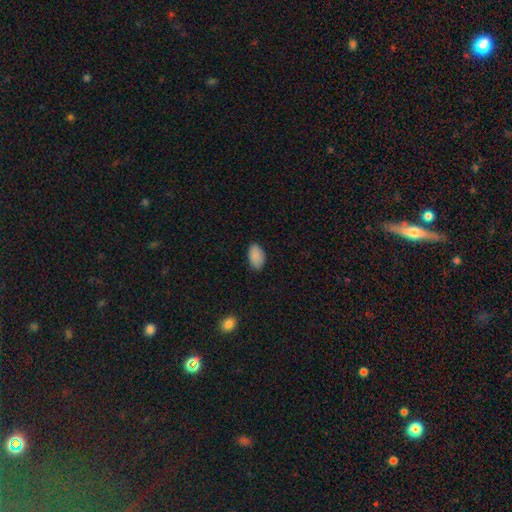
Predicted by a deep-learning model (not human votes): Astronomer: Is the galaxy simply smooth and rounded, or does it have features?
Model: smooth — 89%.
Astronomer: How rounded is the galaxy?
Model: in between — 94%.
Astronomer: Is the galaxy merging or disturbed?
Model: none — 84%.